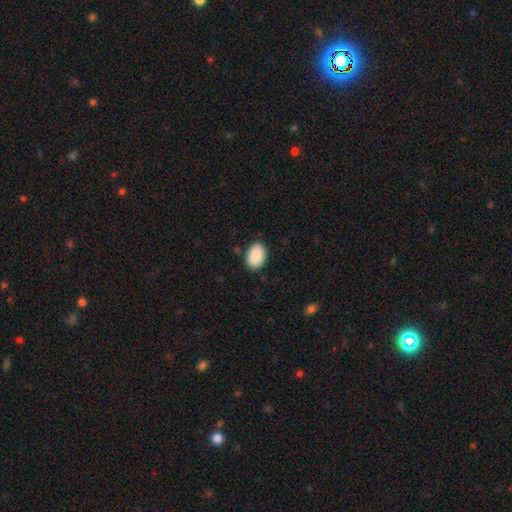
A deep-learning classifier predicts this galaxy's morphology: The model was most divided on "merging": none: 86%, minor disturbance: 10%, major disturbance: 2%, merger: 1%. More confident: smooth or featured — smooth (91%); how rounded — in between (89%).